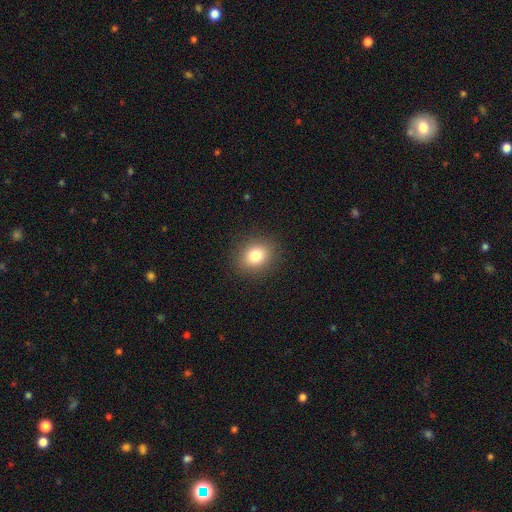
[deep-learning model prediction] Overall: smooth (81%). How rounded: round (60%; in between 39%). Merging: none (89%).